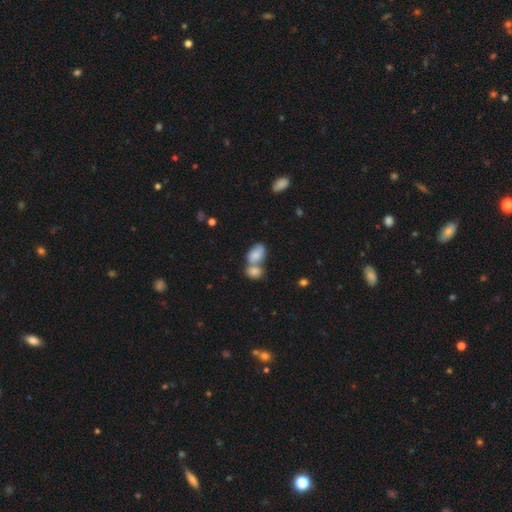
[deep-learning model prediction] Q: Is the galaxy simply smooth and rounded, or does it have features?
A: smooth — 68%.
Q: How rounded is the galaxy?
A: in between — 85%.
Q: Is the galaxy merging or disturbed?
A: merger — 65%.